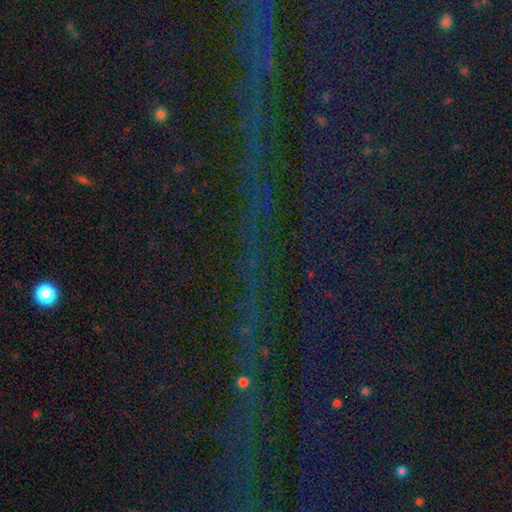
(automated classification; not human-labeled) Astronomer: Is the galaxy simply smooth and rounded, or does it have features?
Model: star or artifact — 82%.